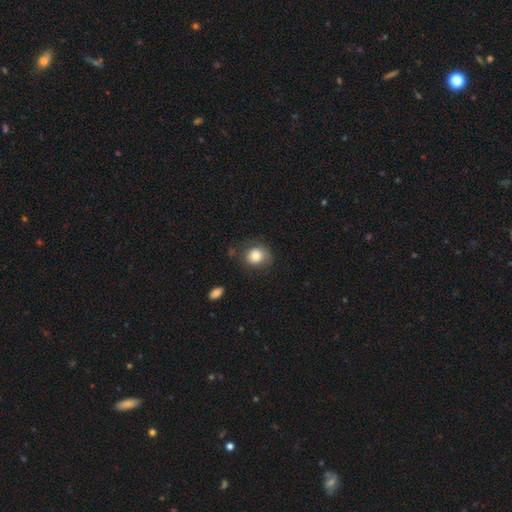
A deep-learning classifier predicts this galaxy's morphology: Overall: smooth (81%). How rounded: round (73%). Merging: none (67%).